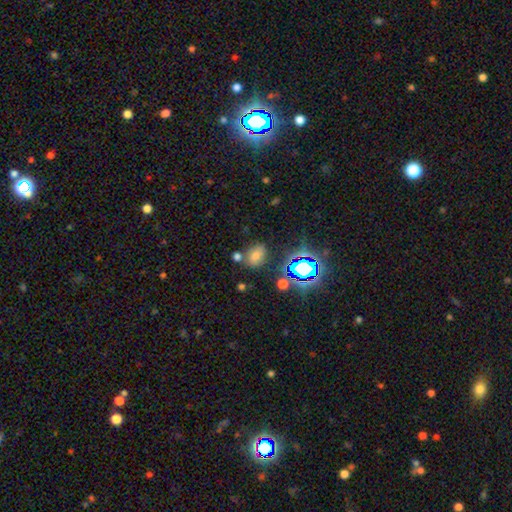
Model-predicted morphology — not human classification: Q: Smooth or featured?
A: smooth (55%); runner-up: star or artifact (35%)
Q: How rounded?
A: in between (70%); runner-up: round (28%)
Q: Merging?
A: none (73%); runner-up: minor disturbance (12%)